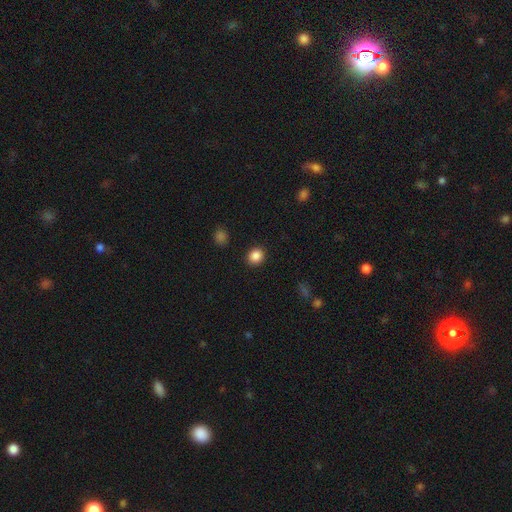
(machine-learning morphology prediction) Smooth or featured?
  - smooth: 87% *
  - star or artifact: 10%
  - featured or disk: 3%
How rounded?
  - round: 76% *
  - in between: 23%
  - cigar-shaped: 1%
Merging?
  - none: 91% *
  - minor disturbance: 6%
  - major disturbance: 2%
  - merger: 1%